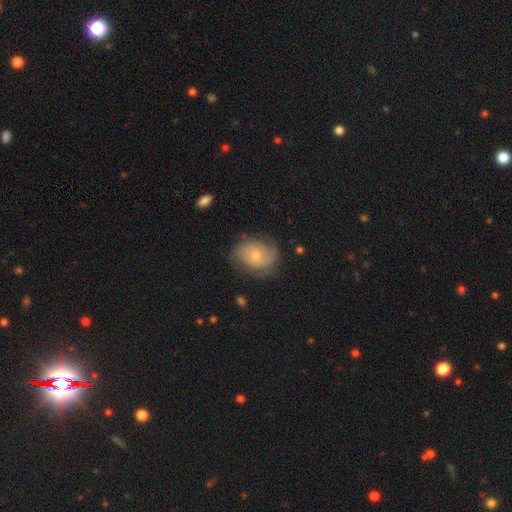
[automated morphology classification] smooth-or-featured: featured or disk: 67% | smooth: 26% | star or artifact: 7%
  disk-edge-on: no: 97% | yes: 3%
    bar: no: 69% | weak: 27% | strong: 4%
    has-spiral-arms: yes: 88% | no: 12%
      spiral-winding: tight: 45% | medium: 38% | loose: 18%
      spiral-arm-count: 2: 49% | can't tell: 26% | 1: 11% | 3: 8% | 4: 3% | more than 4: 3%
    bulge-size: small: 56% | moderate: 39% | large: 2% | none: 2% | dominant: 1%
  merging: none: 65% | minor disturbance: 23% | major disturbance: 11% | merger: 1%